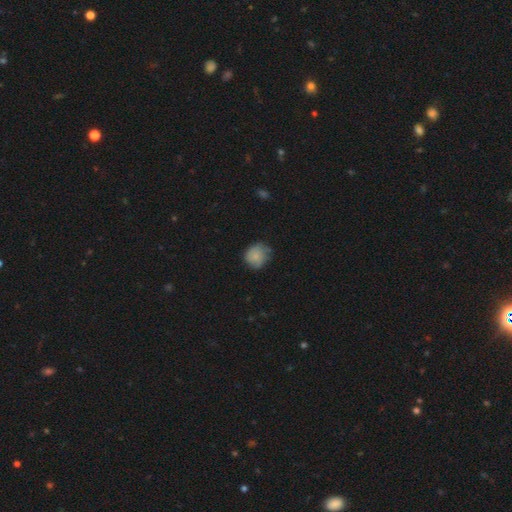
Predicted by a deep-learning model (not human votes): A smooth galaxy with no disk features (70%) that is round (75%).

Vote fractions:
- Smooth or featured? smooth: 70% / featured or disk: 21% / star or artifact: 9%
- How rounded? round: 75% / in between: 24% / cigar-shaped: 1%
- Merging? none: 55% / minor disturbance: 33% / major disturbance: 10% / merger: 2%